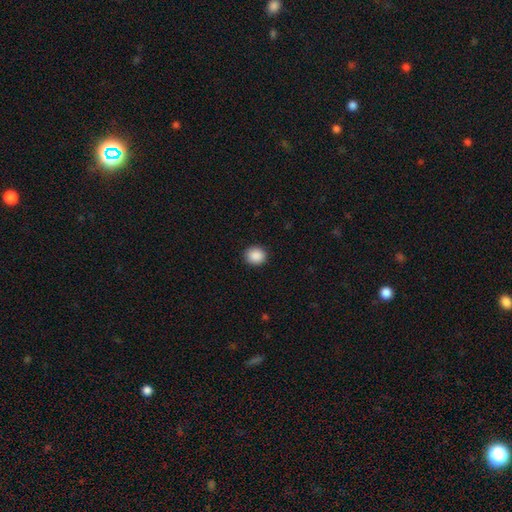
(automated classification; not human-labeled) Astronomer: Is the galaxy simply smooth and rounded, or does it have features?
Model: smooth — 89%.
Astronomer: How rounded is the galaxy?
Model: round — 82%.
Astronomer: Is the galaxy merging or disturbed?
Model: none — 91%.